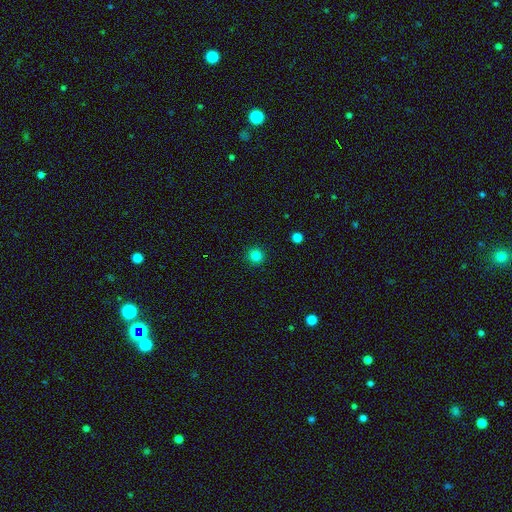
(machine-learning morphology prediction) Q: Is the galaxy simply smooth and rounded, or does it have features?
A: smooth — 83%.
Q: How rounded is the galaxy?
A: round — 95%.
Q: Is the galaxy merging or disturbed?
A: none — 92%.